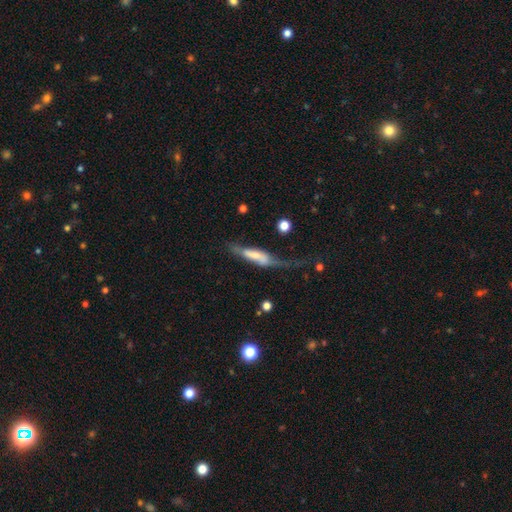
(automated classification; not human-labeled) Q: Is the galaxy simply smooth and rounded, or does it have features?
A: smooth — 48%.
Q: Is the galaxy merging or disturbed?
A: major disturbance — 46%.